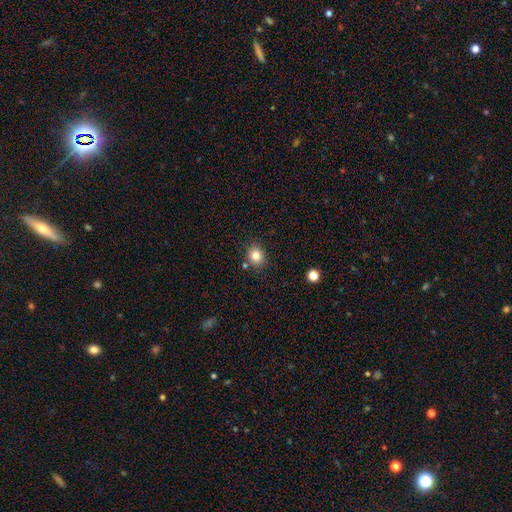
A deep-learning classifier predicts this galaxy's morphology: Smooth or featured: smooth — 81% (star or artifact — 12%)
How rounded: round — 68% (in between — 31%)
Merging: none — 82% (minor disturbance — 10%)